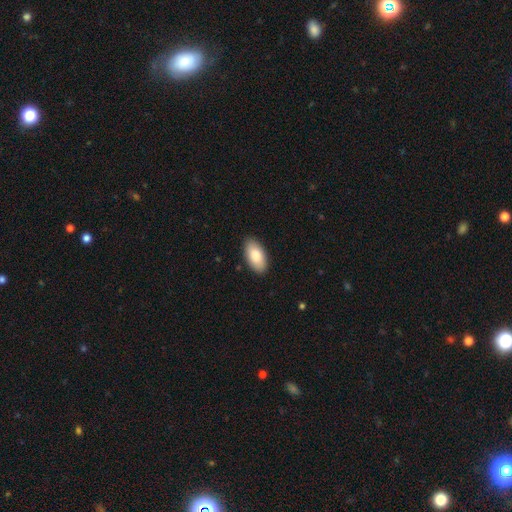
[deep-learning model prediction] smooth 86%, featured or disk 8%, star or artifact 6%. Down the decision tree: how rounded — in between (95%); merging — none (88%).